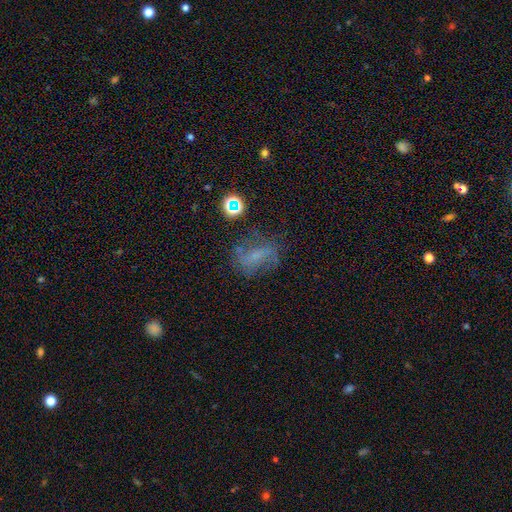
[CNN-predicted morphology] type=featured or disk (43%); merging=none (57%).